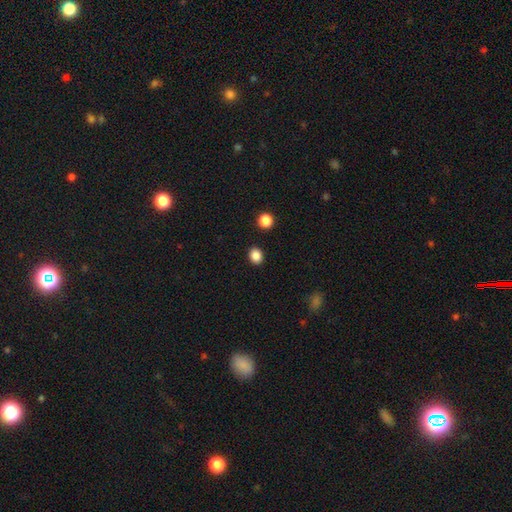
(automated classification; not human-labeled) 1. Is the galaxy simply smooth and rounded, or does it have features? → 87% smooth, 10% star or artifact, 3% featured or disk.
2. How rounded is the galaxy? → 59% round, 40% in between, 1% cigar-shaped.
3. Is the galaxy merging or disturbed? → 90% none, 6% minor disturbance, 2% major disturbance, 2% merger.